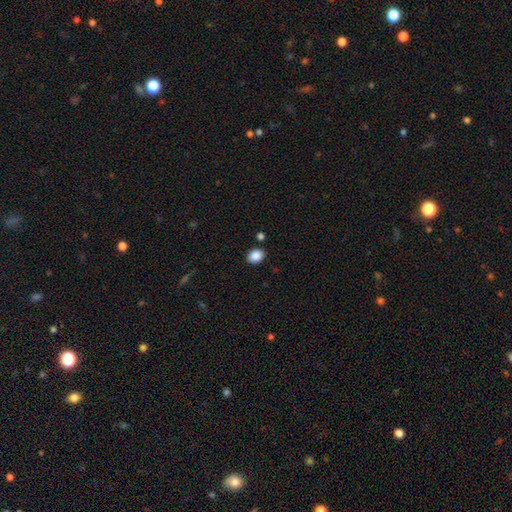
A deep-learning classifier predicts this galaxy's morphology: A smooth galaxy with no disk features (88%) that is in between round and cigar-shaped (59%).

Vote fractions:
- Smooth or featured? smooth: 88% / star or artifact: 9% / featured or disk: 3%
- How rounded? in between: 59% / round: 40% / cigar-shaped: 1%
- Merging? none: 86% / minor disturbance: 9% / merger: 3% / major disturbance: 2%